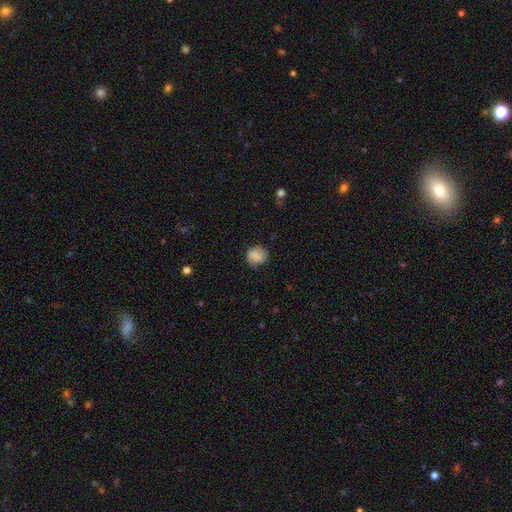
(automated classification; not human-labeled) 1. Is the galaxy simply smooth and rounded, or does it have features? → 81% smooth, 10% featured or disk, 8% star or artifact.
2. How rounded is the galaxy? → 75% round, 24% in between, 1% cigar-shaped.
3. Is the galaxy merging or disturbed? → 76% none, 18% minor disturbance, 5% major disturbance, 1% merger.